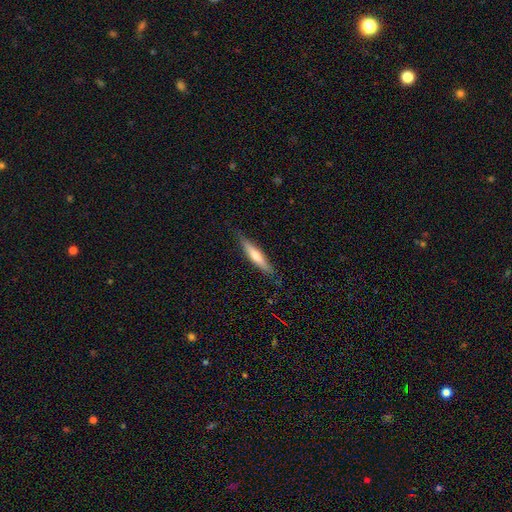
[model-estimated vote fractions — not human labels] Smooth or featured? Predicted: smooth (p=0.50). Merging? Predicted: none (p=0.84).